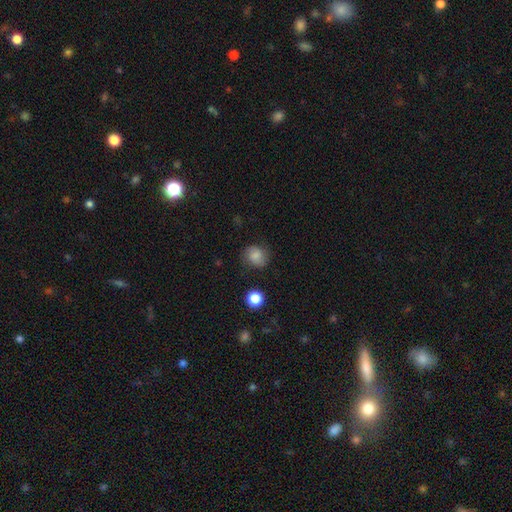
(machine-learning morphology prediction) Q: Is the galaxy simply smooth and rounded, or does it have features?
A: smooth — 76%.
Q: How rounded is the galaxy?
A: round — 71%.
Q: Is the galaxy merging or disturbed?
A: none — 73%.